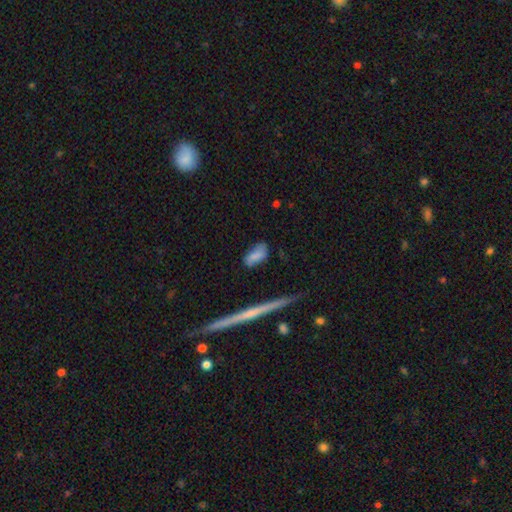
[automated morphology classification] A smooth galaxy with no disk features (75%) that is in between round and cigar-shaped (86%).

Vote fractions:
- Smooth or featured? smooth: 75% / featured or disk: 17% / star or artifact: 8%
- How rounded? in between: 86% / cigar-shaped: 9% / round: 4%
- Merging? none: 65% / minor disturbance: 24% / major disturbance: 7% / merger: 4%